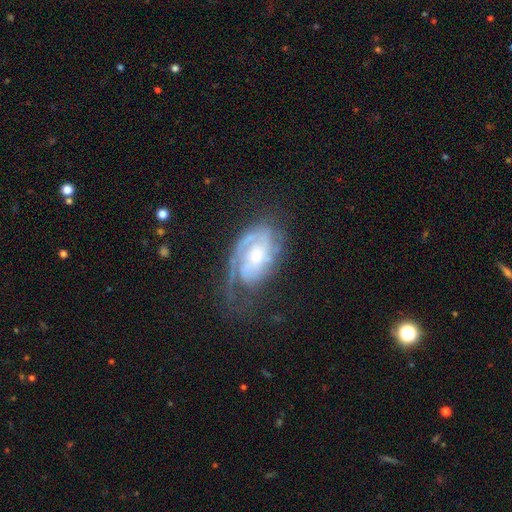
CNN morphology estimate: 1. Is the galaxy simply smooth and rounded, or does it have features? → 83% featured or disk, 11% smooth, 6% star or artifact.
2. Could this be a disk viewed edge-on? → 96% no, 4% yes.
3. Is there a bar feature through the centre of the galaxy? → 64% no, 29% weak, 7% strong.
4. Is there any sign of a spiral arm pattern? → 93% yes, 7% no.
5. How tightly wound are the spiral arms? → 59% tight, 31% medium, 10% loose.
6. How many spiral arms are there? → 33% 2, 29% can't tell, 19% 1, 12% 3, 4% 4, 3% more than 4.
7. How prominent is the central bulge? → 47% moderate, 43% small, 6% large, 3% none, 1% dominant.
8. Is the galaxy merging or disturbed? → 53% none, 24% minor disturbance, 21% major disturbance, 2% merger.